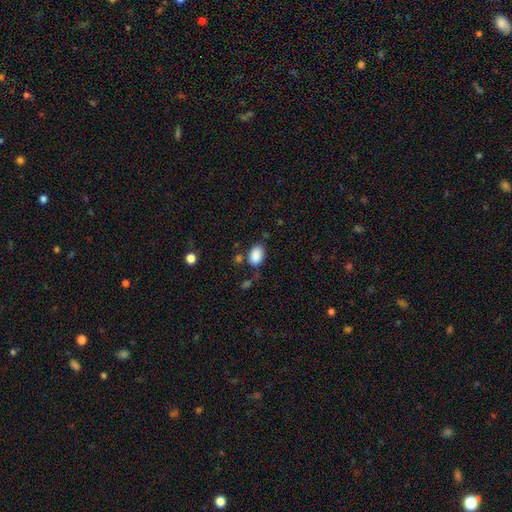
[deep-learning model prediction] This is clearly a smooth galaxy (87%). How rounded: clearly in between (84%). Merging: likely none (71%).